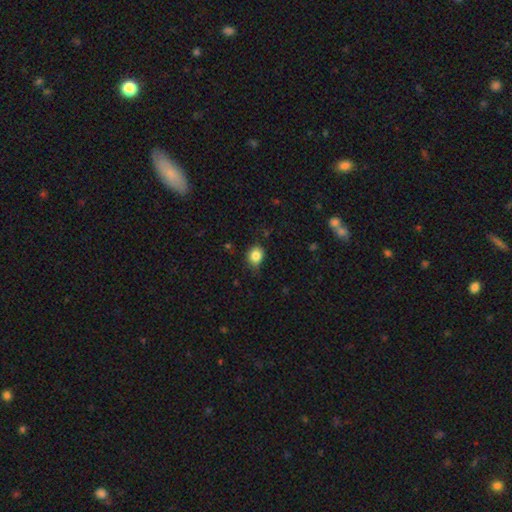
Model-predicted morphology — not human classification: This is clearly a smooth galaxy (84%). How rounded: possibly round (60%). Merging: likely none (71%).